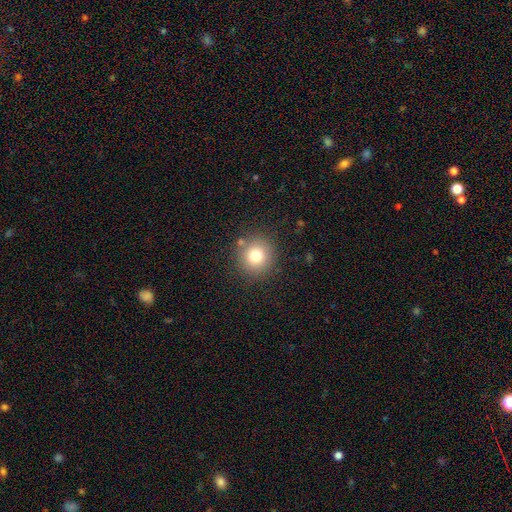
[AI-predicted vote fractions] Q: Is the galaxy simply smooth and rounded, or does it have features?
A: smooth — 76%.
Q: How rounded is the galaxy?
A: round — 92%.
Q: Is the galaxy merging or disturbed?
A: none — 85%.